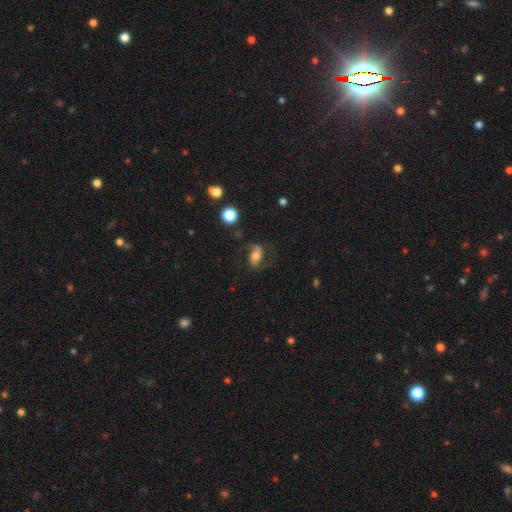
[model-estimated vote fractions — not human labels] This is possibly a featured or disk galaxy (57%). It is clearly not viewed edge-on (94%). Bar: marginally no (41%). Spiral arm pattern: clearly yes (87%). Central bulge: likely moderate (61%). Merging: likely none (65%).